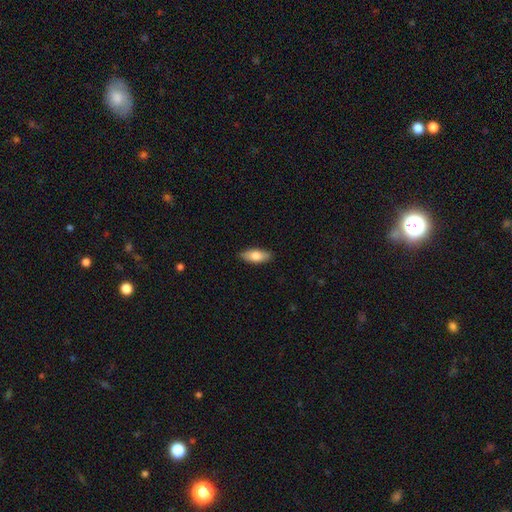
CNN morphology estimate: A smooth galaxy with no disk features (75%) that is in between round and cigar-shaped (81%).

Vote fractions:
- Smooth or featured? smooth: 75% / featured or disk: 20% / star or artifact: 6%
- How rounded? in between: 81% / cigar-shaped: 17% / round: 3%
- Merging? none: 87% / minor disturbance: 10% / major disturbance: 2% / merger: 1%